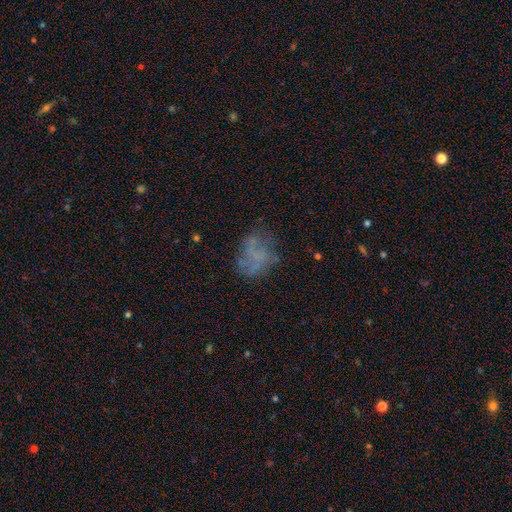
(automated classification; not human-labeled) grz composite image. It shows a featured or disk galaxy (48%). Merging: none (54%).